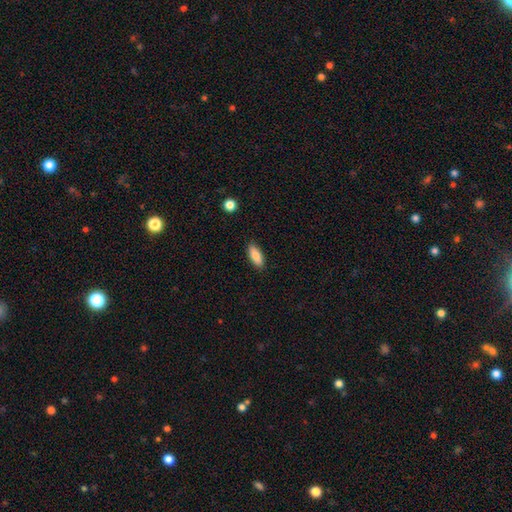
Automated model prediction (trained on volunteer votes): A smooth galaxy with no disk features (84%) that is in between round and cigar-shaped (79%). Merging: none (88%).